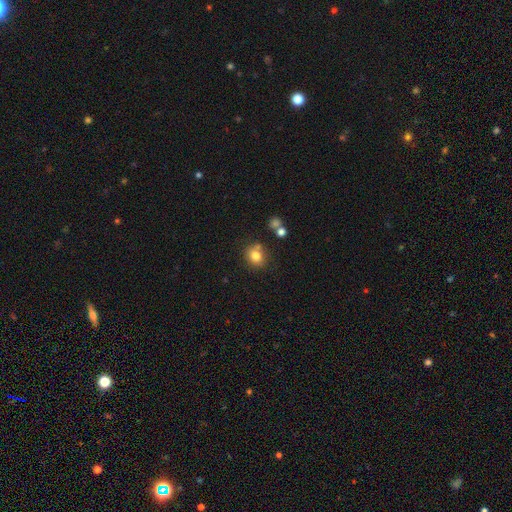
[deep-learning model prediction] A smooth galaxy with no disk features (79%) that is round (67%).

Vote fractions:
- Smooth or featured? smooth: 79% / star or artifact: 12% / featured or disk: 9%
- How rounded? round: 67% / in between: 32% / cigar-shaped: 1%
- Merging? none: 72% / minor disturbance: 13% / merger: 11% / major disturbance: 4%